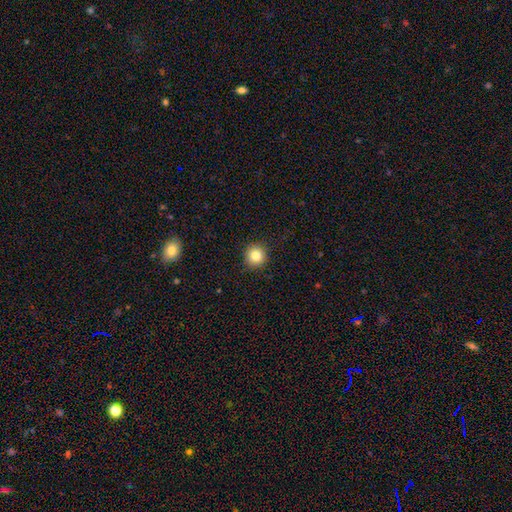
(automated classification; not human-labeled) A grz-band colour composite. It shows a smooth galaxy with no disk features (83%) that is round (94%). Merging: none (92%).